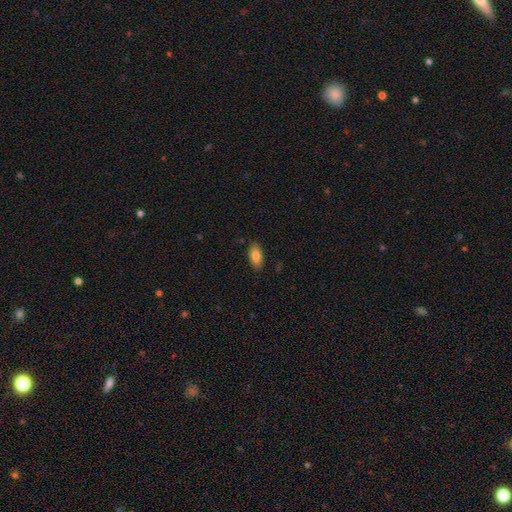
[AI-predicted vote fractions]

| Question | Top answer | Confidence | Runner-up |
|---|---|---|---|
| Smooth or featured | smooth | 81% | featured or disk (12%) |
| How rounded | in between | 91% | cigar-shaped (6%) |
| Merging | none | 88% | minor disturbance (9%) |